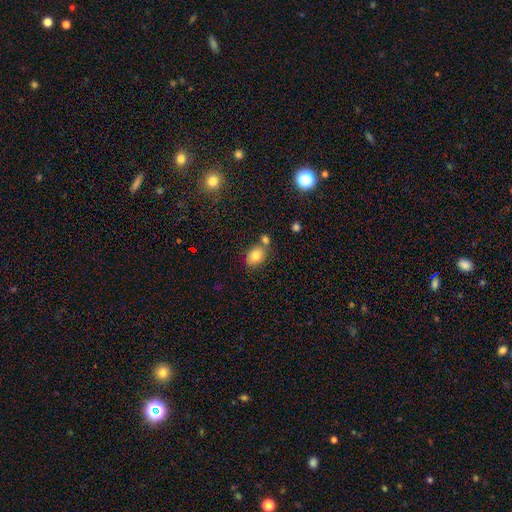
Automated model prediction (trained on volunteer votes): Q: Smooth or featured?
A: smooth (80%); runner-up: featured or disk (11%)
Q: How rounded?
A: in between (69%); runner-up: round (30%)
Q: Merging?
A: none (61%); runner-up: merger (22%)